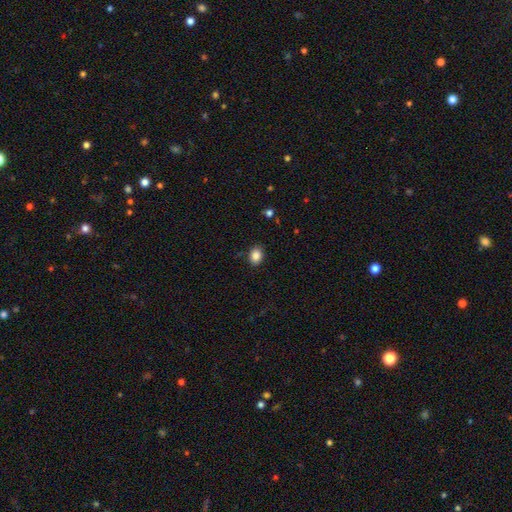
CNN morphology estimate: Smooth or featured? Predicted: smooth (p=0.86). How rounded? Predicted: in between (p=0.66). Merging? Predicted: none (p=0.86).